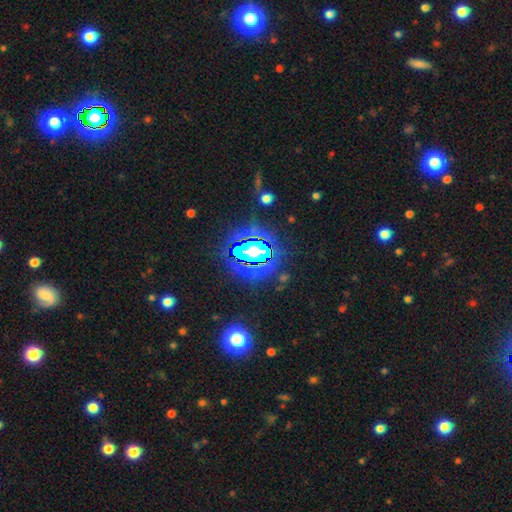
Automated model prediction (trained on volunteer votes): This is clearly a star or artifact rather than a galaxy (82%).